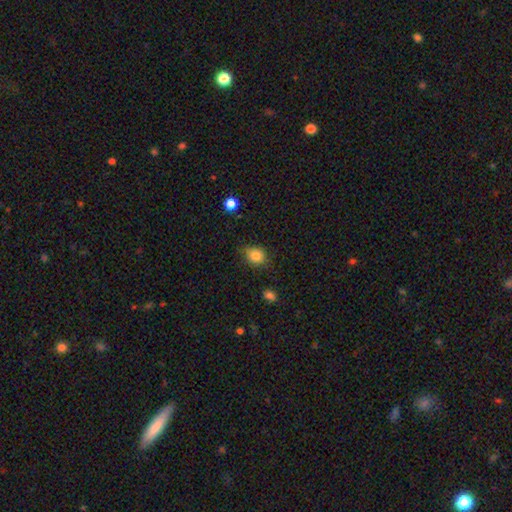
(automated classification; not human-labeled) Smooth or featured?
  - smooth: 83% *
  - star or artifact: 11%
  - featured or disk: 6%
How rounded?
  - round: 65% *
  - in between: 34%
  - cigar-shaped: 1%
Merging?
  - none: 74% *
  - minor disturbance: 20%
  - major disturbance: 4%
  - merger: 2%